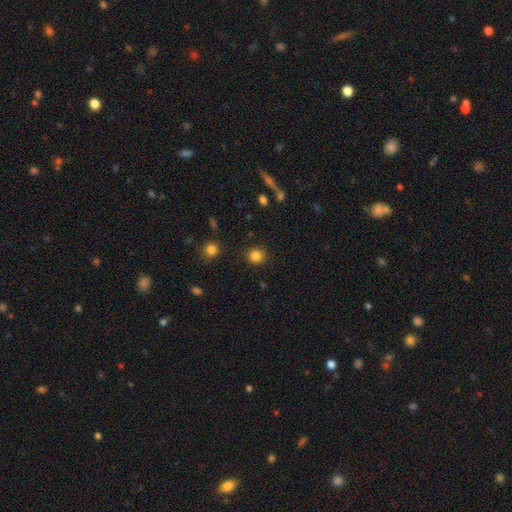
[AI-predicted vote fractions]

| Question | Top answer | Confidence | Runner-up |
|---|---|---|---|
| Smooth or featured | smooth | 84% | star or artifact (12%) |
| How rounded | round | 88% | in between (11%) |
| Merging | none | 87% | minor disturbance (8%) |